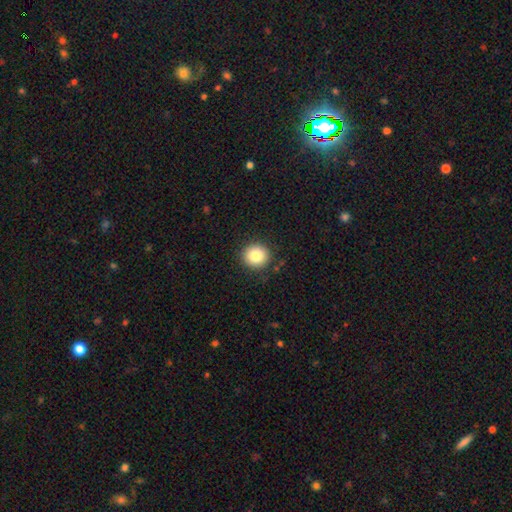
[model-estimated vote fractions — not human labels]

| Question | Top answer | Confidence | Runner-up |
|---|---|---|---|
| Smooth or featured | smooth | 82% | star or artifact (10%) |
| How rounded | round | 91% | in between (8%) |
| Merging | none | 90% | minor disturbance (7%) |